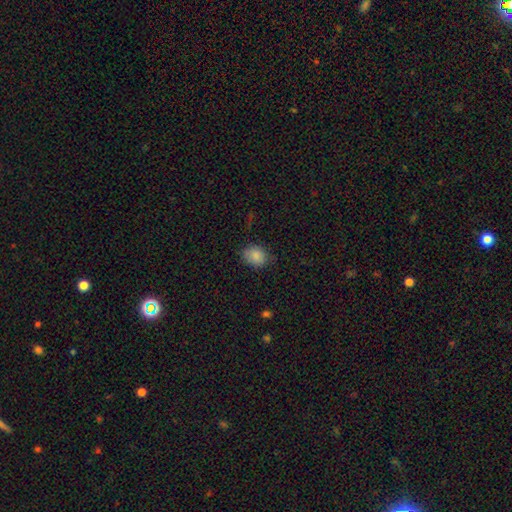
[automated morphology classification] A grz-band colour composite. It shows a smooth galaxy with no disk features (86%) that is round (53%). Merging: none (74%).